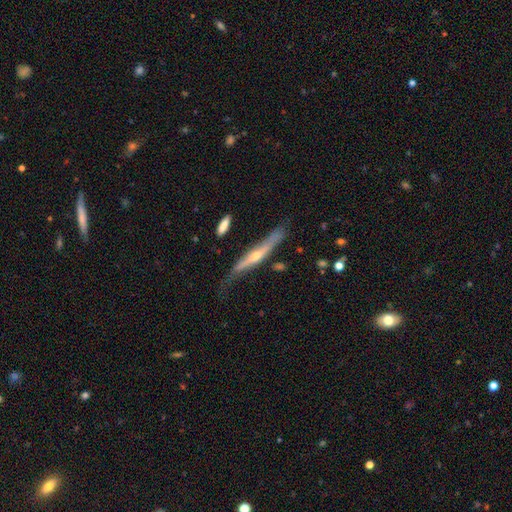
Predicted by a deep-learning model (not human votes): Morphology: type=featured or disk (72%); edge-on=yes (89%); edge-on bulge=rounded (82%); merging=none (57%).